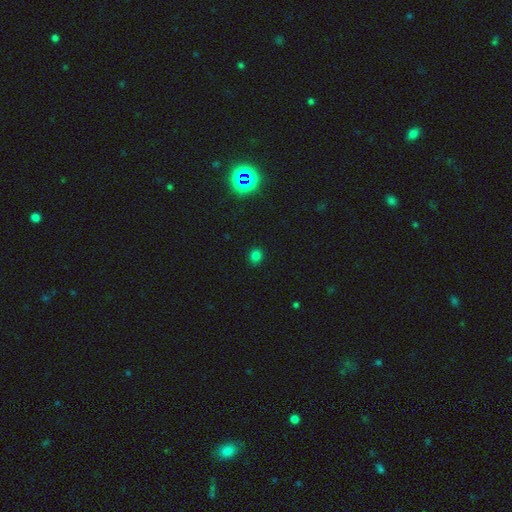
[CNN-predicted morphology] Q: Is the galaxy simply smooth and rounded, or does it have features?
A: smooth — 76%.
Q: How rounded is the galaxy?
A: round — 78%.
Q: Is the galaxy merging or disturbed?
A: none — 89%.